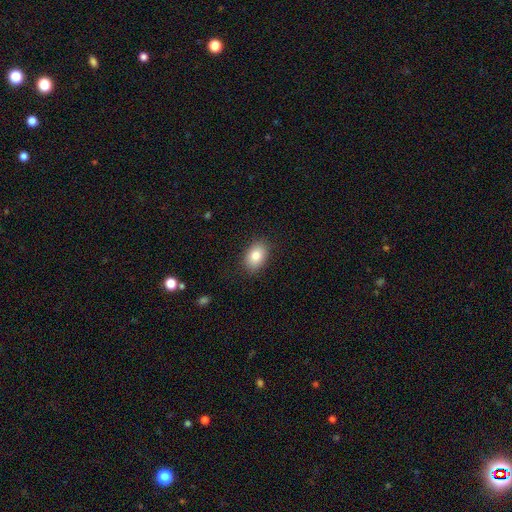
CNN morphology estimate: A smooth galaxy with no disk features (84%) that is in between round and cigar-shaped (81%).

Vote fractions:
- Smooth or featured? smooth: 84% / featured or disk: 8% / star or artifact: 8%
- How rounded? in between: 81% / round: 18% / cigar-shaped: 1%
- Merging? none: 87% / minor disturbance: 10% / major disturbance: 3% / merger: 1%